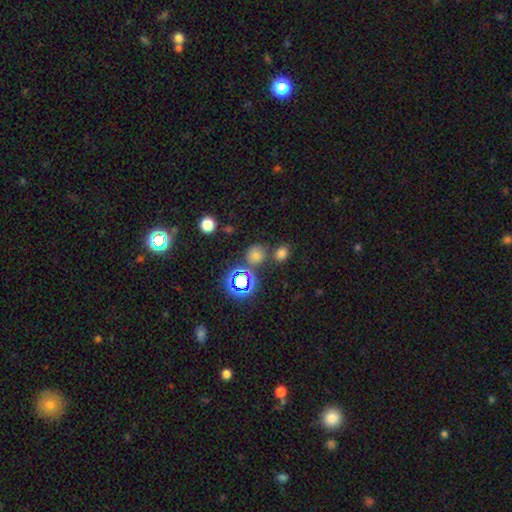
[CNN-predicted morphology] This is possibly a smooth galaxy (59%). How rounded: likely round (78%). Merging: likely none (68%).